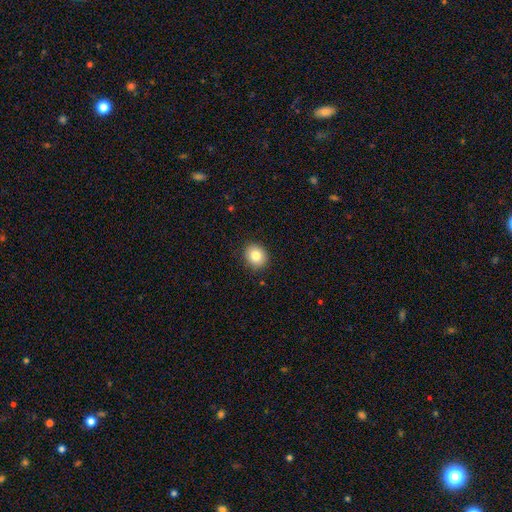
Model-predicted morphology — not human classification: Smooth or featured: smooth — 83% (star or artifact — 9%)
How rounded: round — 73% (in between — 26%)
Merging: none — 89% (minor disturbance — 8%)